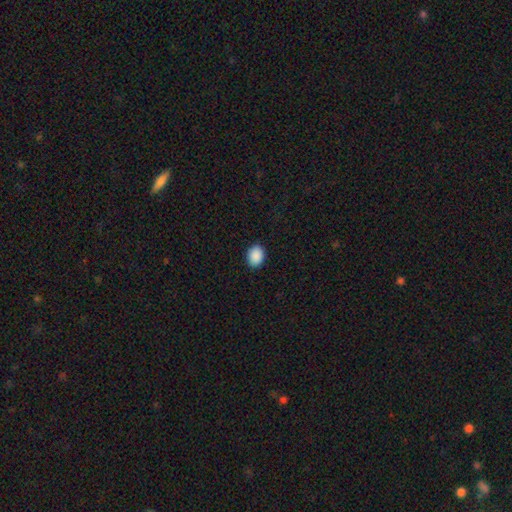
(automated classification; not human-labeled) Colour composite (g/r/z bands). It shows a smooth galaxy with no disk features (90%) that is in between round and cigar-shaped (68%). Merging: none (90%).